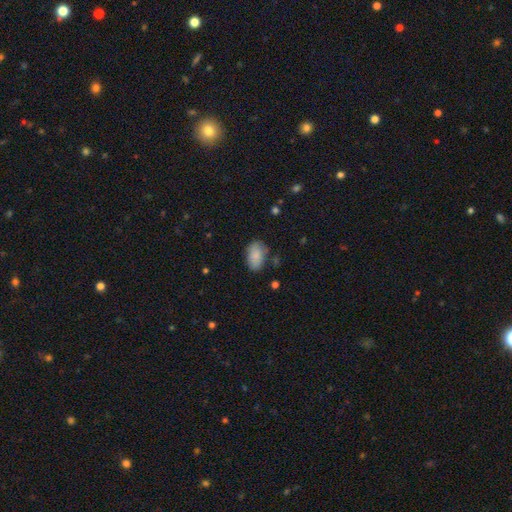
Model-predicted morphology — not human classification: smooth-or-featured: smooth: 85% | featured or disk: 8% | star or artifact: 7%
  how-rounded: in between: 91% | round: 7% | cigar-shaped: 2%
  merging: none: 66% | minor disturbance: 24% | major disturbance: 7% | merger: 4%